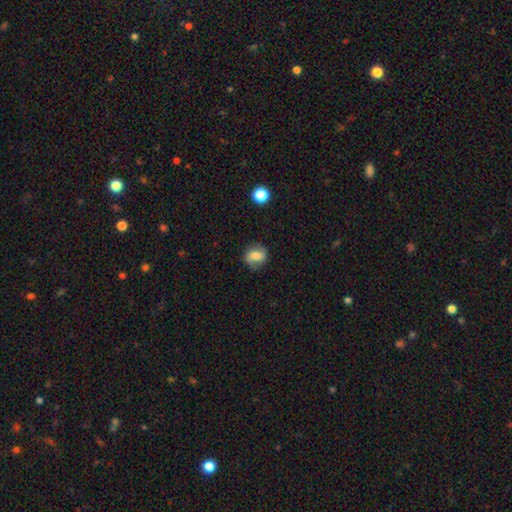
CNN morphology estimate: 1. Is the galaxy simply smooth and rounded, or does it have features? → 60% smooth, 30% featured or disk, 10% star or artifact.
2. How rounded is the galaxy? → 64% round, 34% in between, 2% cigar-shaped.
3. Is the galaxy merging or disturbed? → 78% none, 16% minor disturbance, 4% major disturbance, 2% merger.